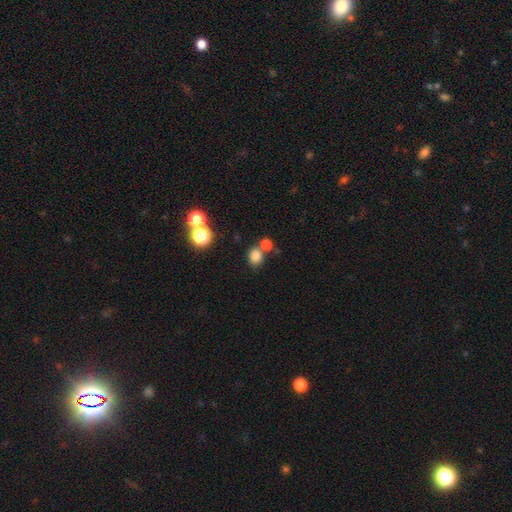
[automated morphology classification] Smooth or featured: smooth — 80% (star or artifact — 14%)
How rounded: round — 66% (in between — 33%)
Merging: none — 61% (merger — 26%)